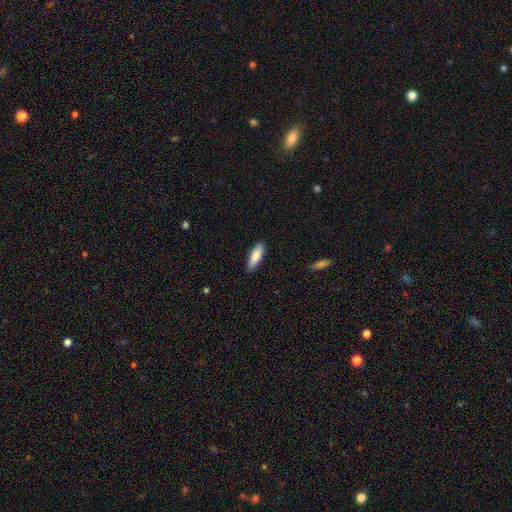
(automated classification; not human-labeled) smooth_or_featured: smooth (p=0.81) [alt: featured or disk p=0.13]
how_rounded: in between (p=0.55) [alt: cigar-shaped p=0.43]
merging: none (p=0.87) [alt: minor disturbance p=0.10]